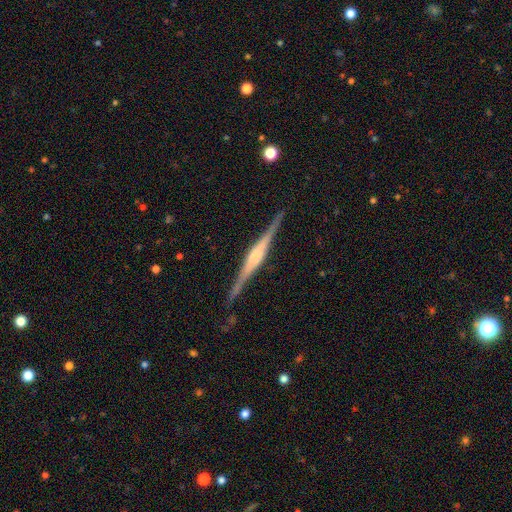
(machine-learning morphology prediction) smooth_or_featured: featured or disk (p=0.84) [alt: smooth p=0.10]
disk_edge_on: yes (p=0.98) [alt: no p=0.02]
edge_on_bulge: rounded (p=0.53) [alt: boxy p=0.39]
merging: none (p=0.88) [alt: minor disturbance p=0.09]